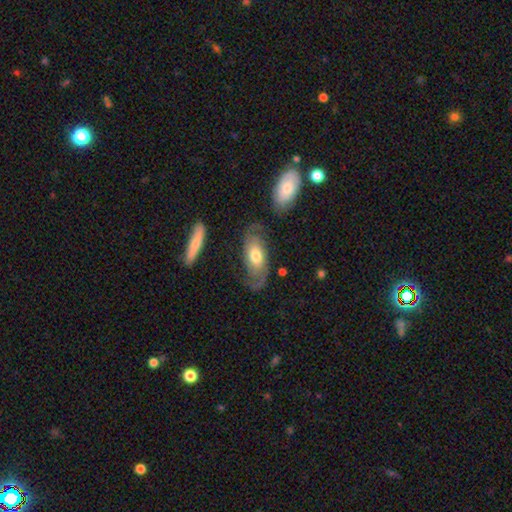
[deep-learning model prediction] Overall: featured or disk (72%). Edge-on disk: no (92%). Bar: no (70%). Spiral arms: yes (90%). Spiral arm count: 2 (83%). Spiral winding: medium (44%; tight 29%). Bulge size: moderate (65%). Merging: none (68%).